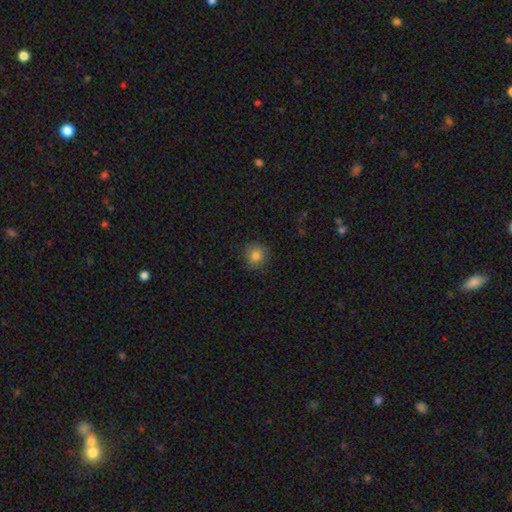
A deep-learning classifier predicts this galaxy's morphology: Q: Smooth or featured?
A: smooth (82%); runner-up: star or artifact (11%)
Q: How rounded?
A: round (89%); runner-up: in between (10%)
Q: Merging?
A: none (87%); runner-up: minor disturbance (9%)